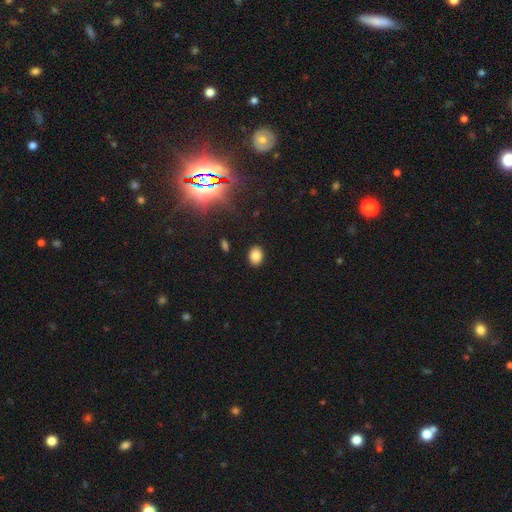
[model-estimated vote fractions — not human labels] smooth-or-featured: smooth: 82% | star or artifact: 12% | featured or disk: 6%
  how-rounded: in between: 67% | round: 32% | cigar-shaped: 1%
  merging: none: 89% | minor disturbance: 7% | major disturbance: 2% | merger: 1%